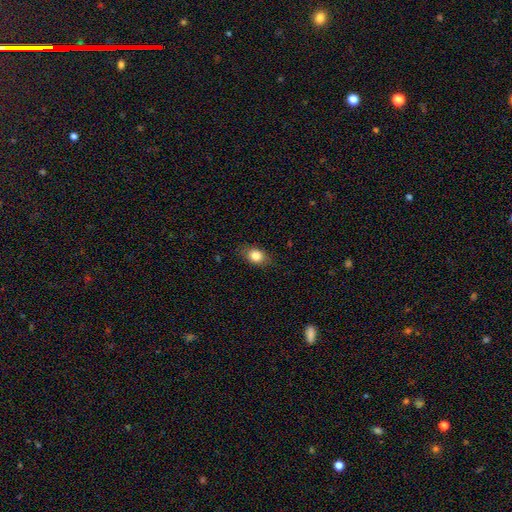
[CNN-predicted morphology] Smooth or featured? smooth (82%)
How rounded? in between (73%)
Merging? none (81%)